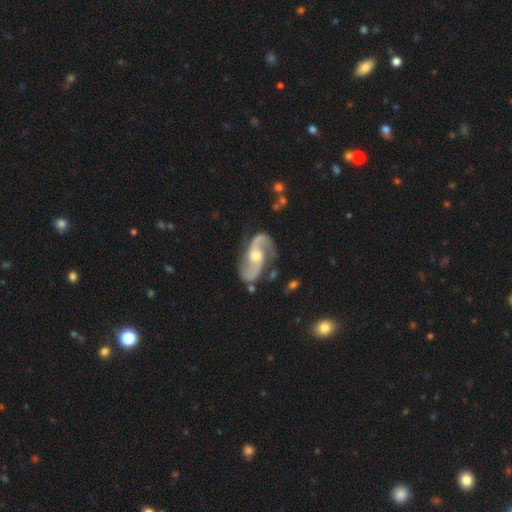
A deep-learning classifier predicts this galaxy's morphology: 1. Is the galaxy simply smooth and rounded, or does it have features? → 92% featured or disk, 4% smooth, 4% star or artifact.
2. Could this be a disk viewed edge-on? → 97% no, 3% yes.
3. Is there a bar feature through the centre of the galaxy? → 53% no, 36% weak, 12% strong.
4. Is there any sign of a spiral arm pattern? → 98% yes, 2% no.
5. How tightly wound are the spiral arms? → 48% loose, 42% medium, 10% tight.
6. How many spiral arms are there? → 94% 2, 2% can't tell, 1% 1, 1% 3, 1% 4, 1% more than 4.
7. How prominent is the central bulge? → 66% moderate, 27% small, 5% large, 2% none, 1% dominant.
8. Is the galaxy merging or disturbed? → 75% none, 16% minor disturbance, 6% major disturbance, 3% merger.